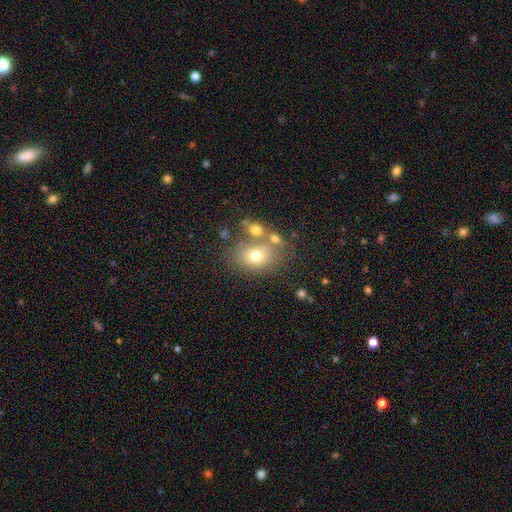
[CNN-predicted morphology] A smooth galaxy with no disk features (69%) that is in between round and cigar-shaped (59%). Merging: none (52%).